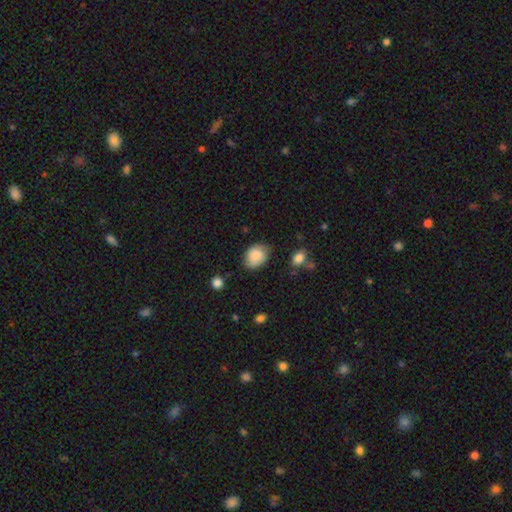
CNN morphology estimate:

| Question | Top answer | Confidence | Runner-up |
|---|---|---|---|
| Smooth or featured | smooth | 84% | featured or disk (8%) |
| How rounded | in between | 61% | round (38%) |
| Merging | none | 64% | minor disturbance (27%) |